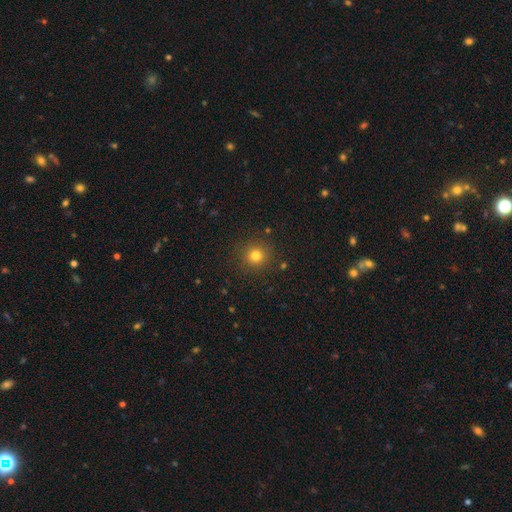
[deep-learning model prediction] Smooth or featured? Predicted: smooth (p=0.79). How rounded? Predicted: round (p=0.93). Merging? Predicted: none (p=0.89).